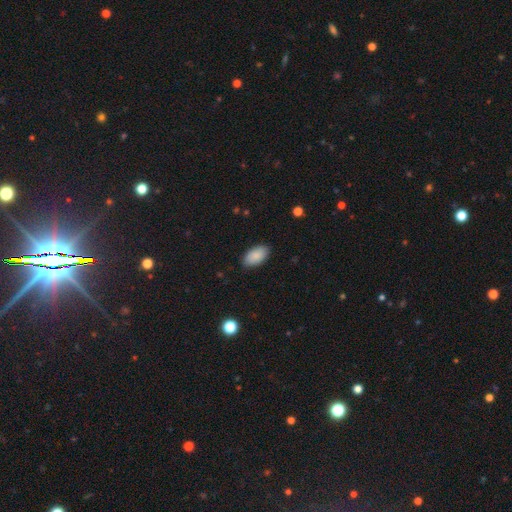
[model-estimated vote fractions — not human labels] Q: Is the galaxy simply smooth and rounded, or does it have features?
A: smooth — 88%.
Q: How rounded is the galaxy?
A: in between — 95%.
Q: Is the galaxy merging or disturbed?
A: none — 86%.